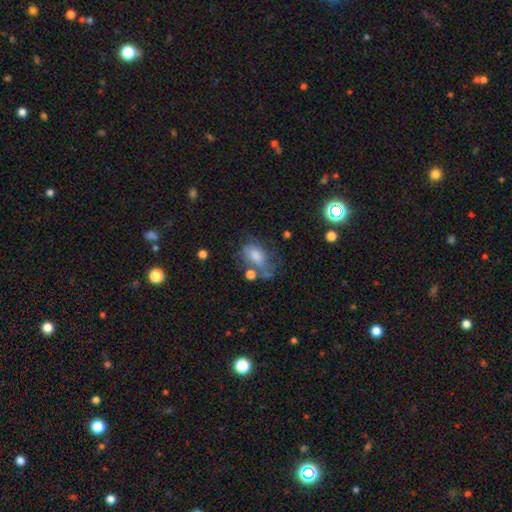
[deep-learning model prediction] smooth 58%, featured or disk 27%, star or artifact 16%. Down the decision tree: how rounded — in between (83%); merging — none (46%).